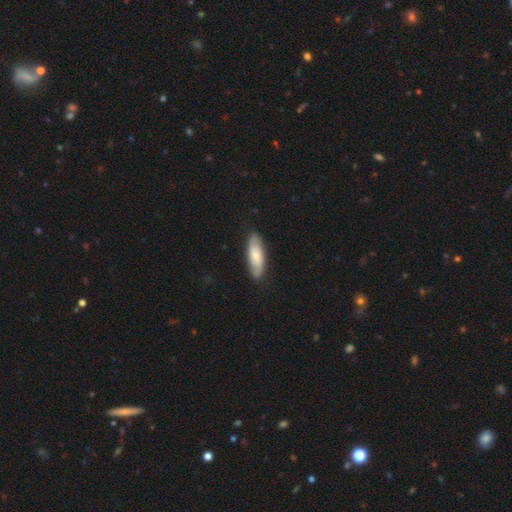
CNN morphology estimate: A smooth galaxy with no disk features (64%) that is in between round and cigar-shaped (59%).

Vote fractions:
- Smooth or featured? smooth: 64% / featured or disk: 31% / star or artifact: 5%
- How rounded? in between: 59% / cigar-shaped: 39% / round: 2%
- Merging? none: 86% / minor disturbance: 11% / major disturbance: 2% / merger: 1%